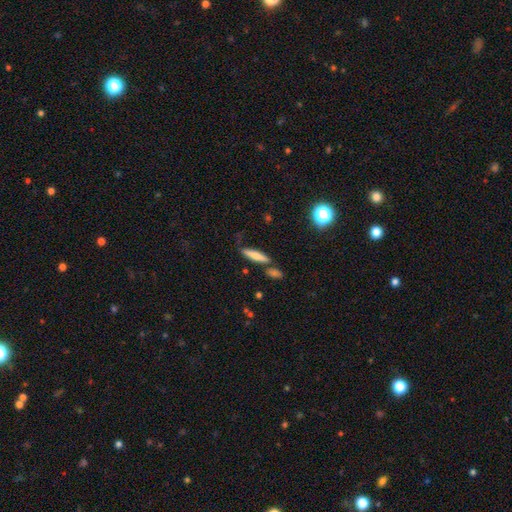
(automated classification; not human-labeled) This appears to be a smooth galaxy with no disk features (69%) that is cigar-shaped (80%). Merging: none (71%).